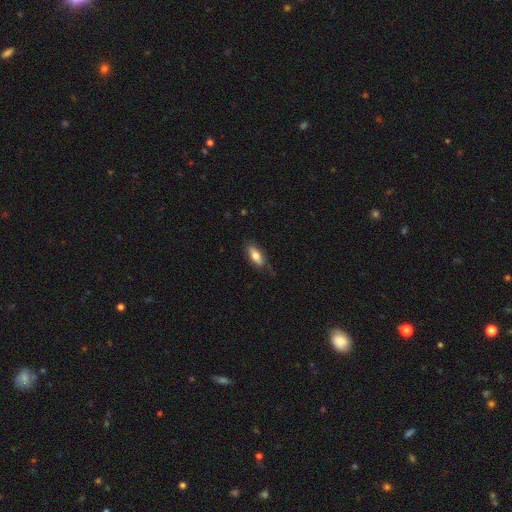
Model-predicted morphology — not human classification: type=smooth (71%); roundness=in between (77%); merging=none (72%).